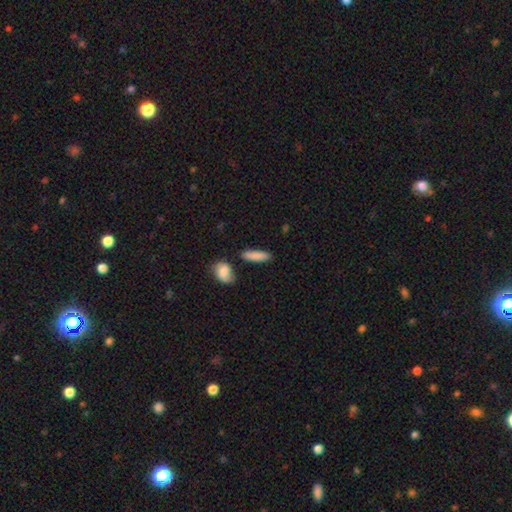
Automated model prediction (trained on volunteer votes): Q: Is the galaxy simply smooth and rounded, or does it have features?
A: smooth — 86%.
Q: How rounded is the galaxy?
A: cigar-shaped — 60%.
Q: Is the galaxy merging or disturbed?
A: none — 81%.